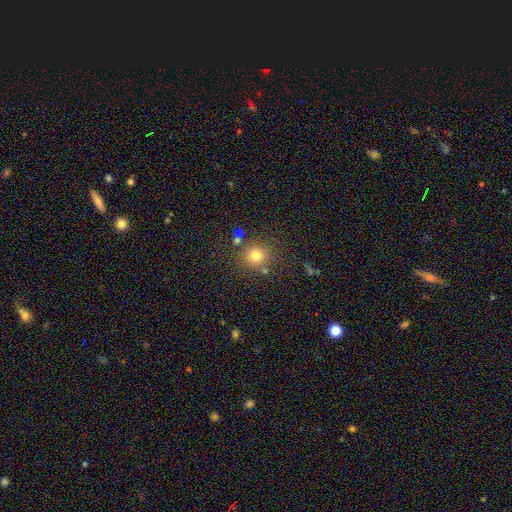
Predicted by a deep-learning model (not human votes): Q: Smooth or featured?
A: smooth (76%); runner-up: star or artifact (16%)
Q: How rounded?
A: round (90%); runner-up: in between (9%)
Q: Merging?
A: none (76%); runner-up: minor disturbance (10%)